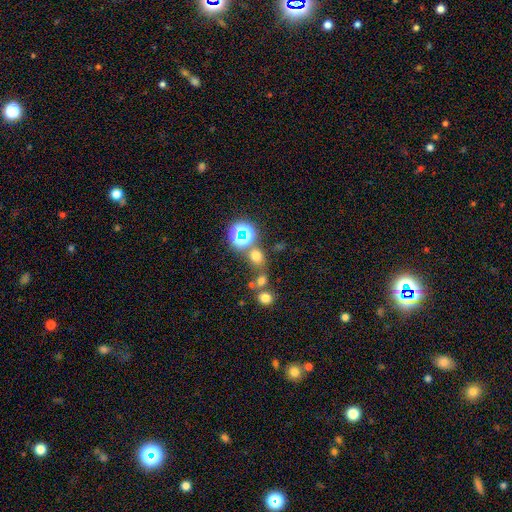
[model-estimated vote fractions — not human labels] A smooth galaxy with no disk features (62%) that is round (74%). Merging: none (64%).